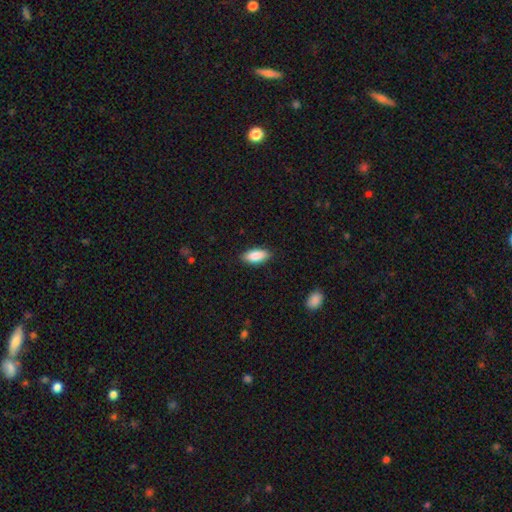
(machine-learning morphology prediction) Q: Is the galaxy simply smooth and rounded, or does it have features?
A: smooth — 87%.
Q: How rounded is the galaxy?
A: in between — 86%.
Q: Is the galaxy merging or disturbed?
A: none — 87%.